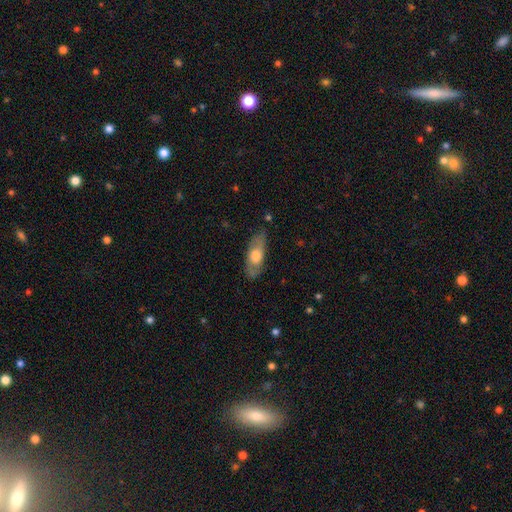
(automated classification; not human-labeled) A smooth galaxy with no disk features (54%) that is in between round and cigar-shaped (73%). Merging: none (75%).